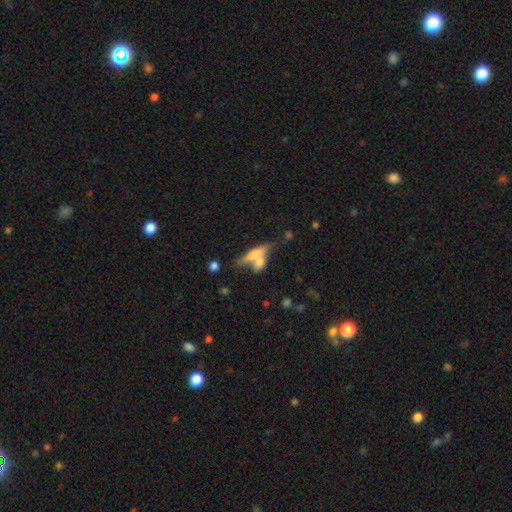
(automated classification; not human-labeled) The model was most divided on "merging": merger: 44%, none: 42%, minor disturbance: 10%, major disturbance: 5%. More confident: how rounded — cigar-shaped (64%); smooth or featured — smooth (55%).